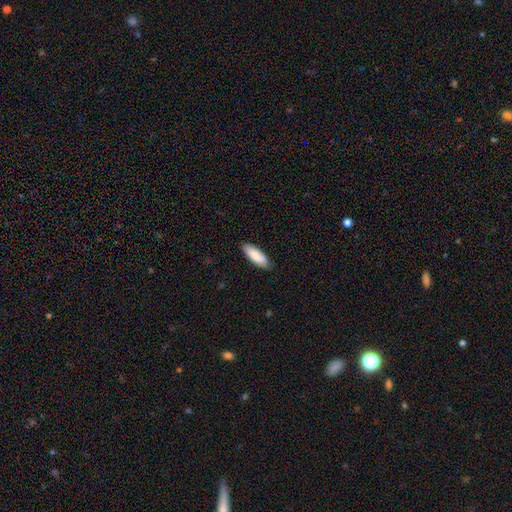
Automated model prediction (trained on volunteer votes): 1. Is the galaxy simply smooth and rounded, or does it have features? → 85% smooth, 10% featured or disk, 5% star or artifact.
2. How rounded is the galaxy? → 66% in between, 33% cigar-shaped, 1% round.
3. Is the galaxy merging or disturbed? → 84% none, 13% minor disturbance, 2% major disturbance, 1% merger.